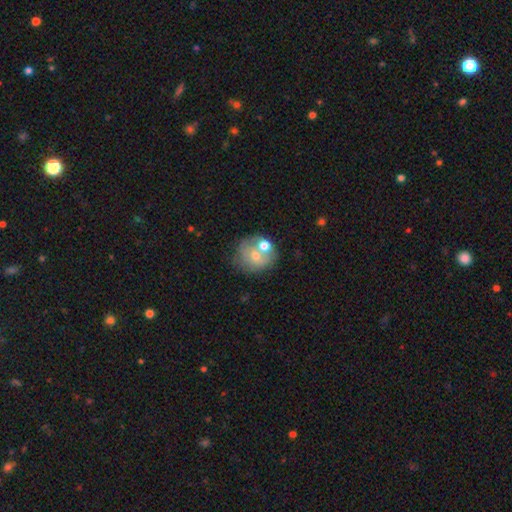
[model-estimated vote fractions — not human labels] A smooth galaxy with no disk features (55%) that is round (74%). Merging: merger (41%).